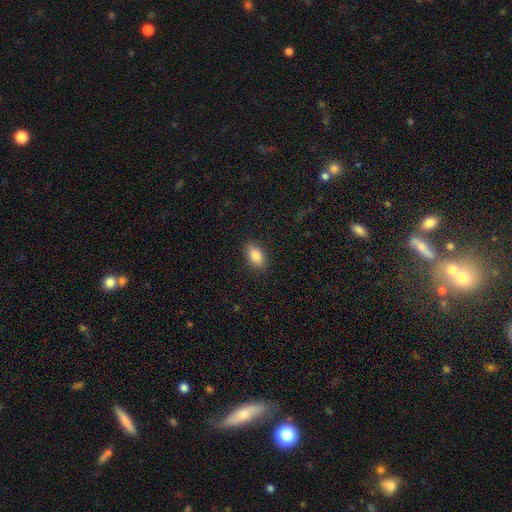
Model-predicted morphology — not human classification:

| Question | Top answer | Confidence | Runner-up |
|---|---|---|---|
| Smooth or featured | smooth | 85% | star or artifact (8%) |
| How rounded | in between | 90% | round (8%) |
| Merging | none | 87% | minor disturbance (9%) |